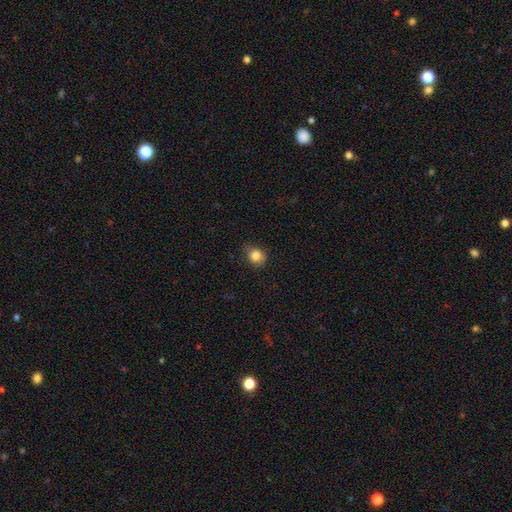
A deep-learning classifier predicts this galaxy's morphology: Smooth or featured: smooth — 83% (star or artifact — 11%)
How rounded: round — 64% (in between — 35%)
Merging: none — 71% (minor disturbance — 23%)